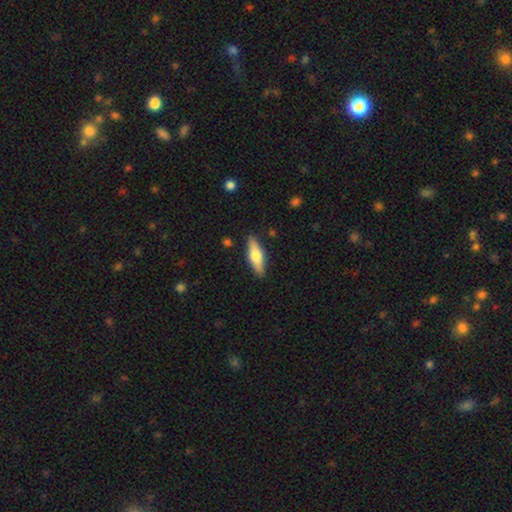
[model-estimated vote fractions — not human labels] smooth 56%, featured or disk 39%, star or artifact 6%. Down the decision tree: how rounded — cigar-shaped (51%); merging — none (88%).